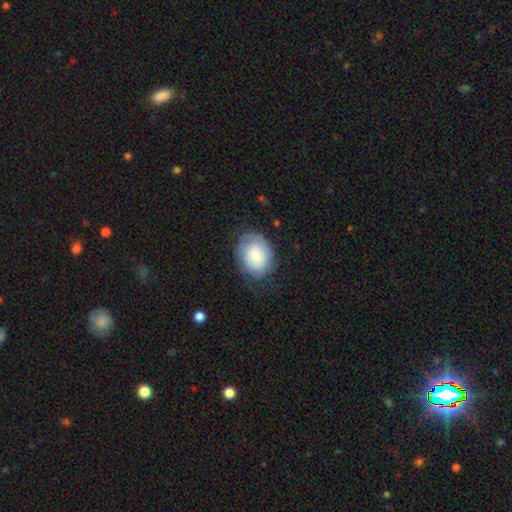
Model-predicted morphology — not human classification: Q: Smooth or featured?
A: smooth (70%); runner-up: featured or disk (23%)
Q: How rounded?
A: in between (62%); runner-up: round (37%)
Q: Merging?
A: none (61%); runner-up: minor disturbance (25%)